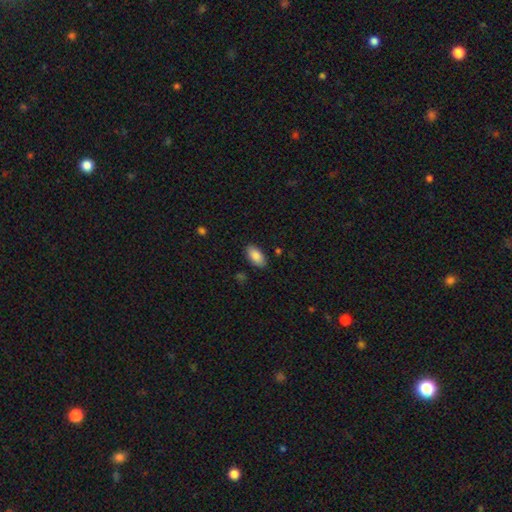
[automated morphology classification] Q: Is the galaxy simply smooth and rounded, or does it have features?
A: smooth — 86%.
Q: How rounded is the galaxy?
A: in between — 94%.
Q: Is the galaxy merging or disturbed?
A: none — 86%.